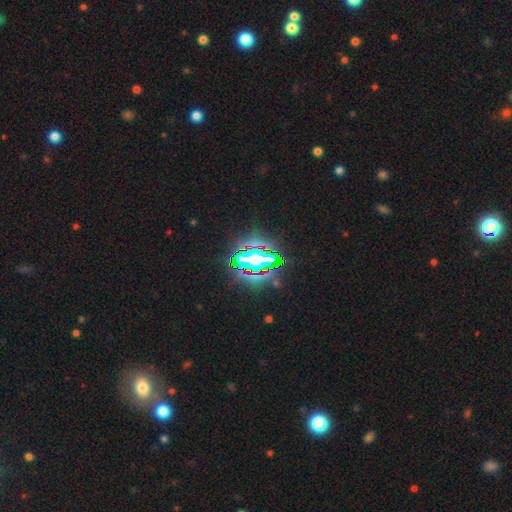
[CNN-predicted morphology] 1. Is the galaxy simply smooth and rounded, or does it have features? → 81% star or artifact, 11% smooth, 8% featured or disk.